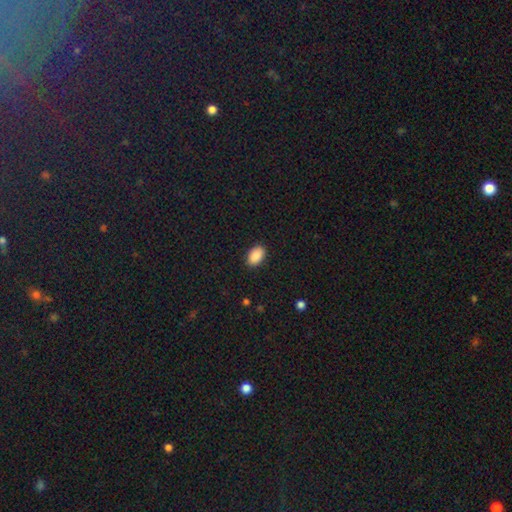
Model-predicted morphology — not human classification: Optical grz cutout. It shows a smooth galaxy with no disk features (90%) that is in between round and cigar-shaped (91%). Merging: none (89%).